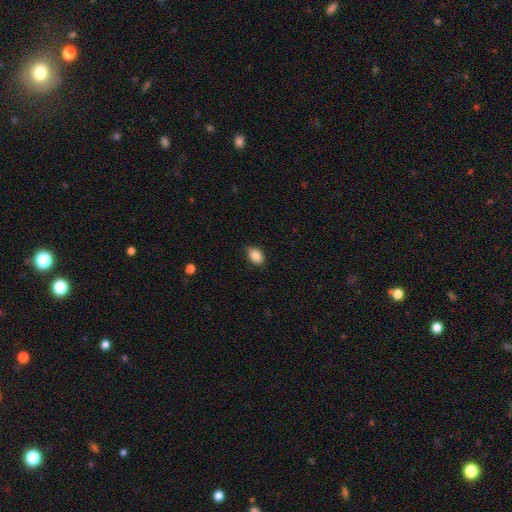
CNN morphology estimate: type=smooth (87%); roundness=in between (85%); merging=none (84%).